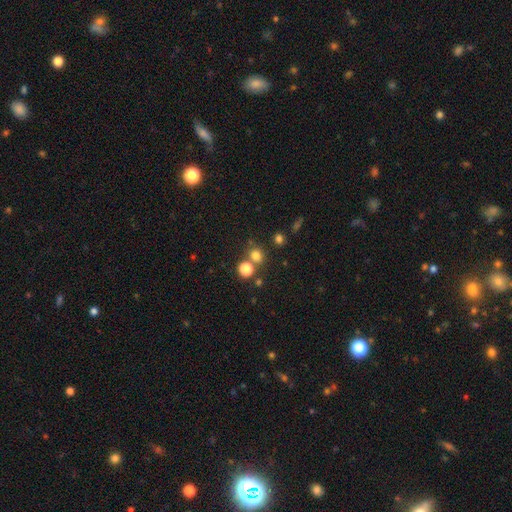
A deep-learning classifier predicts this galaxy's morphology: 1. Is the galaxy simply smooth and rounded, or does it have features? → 74% smooth, 18% star or artifact, 7% featured or disk.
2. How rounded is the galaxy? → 83% round, 17% in between, 1% cigar-shaped.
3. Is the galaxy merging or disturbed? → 67% none, 22% merger, 8% minor disturbance, 3% major disturbance.